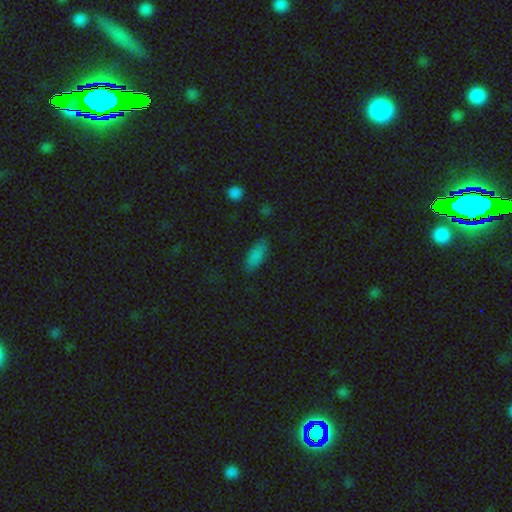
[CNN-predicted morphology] Smooth or featured? Predicted: smooth (p=0.83). How rounded? Predicted: in between (p=0.83). Merging? Predicted: none (p=0.82).